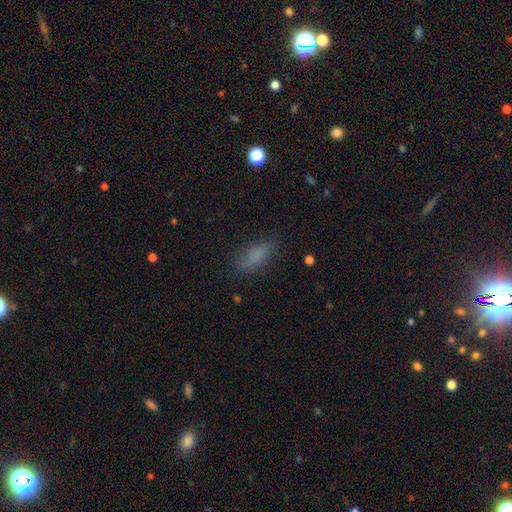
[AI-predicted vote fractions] Smooth or featured? Predicted: smooth (p=0.81). How rounded? Predicted: in between (p=0.76). Merging? Predicted: none (p=0.78).